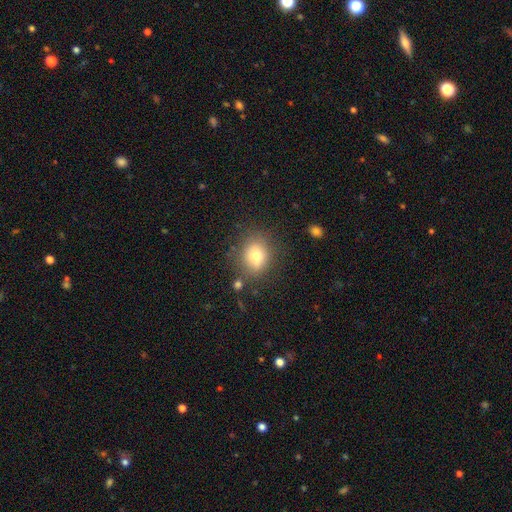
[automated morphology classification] Smooth or featured? Predicted: smooth (p=0.73). How rounded? Predicted: round (p=0.54). Merging? Predicted: none (p=0.73).